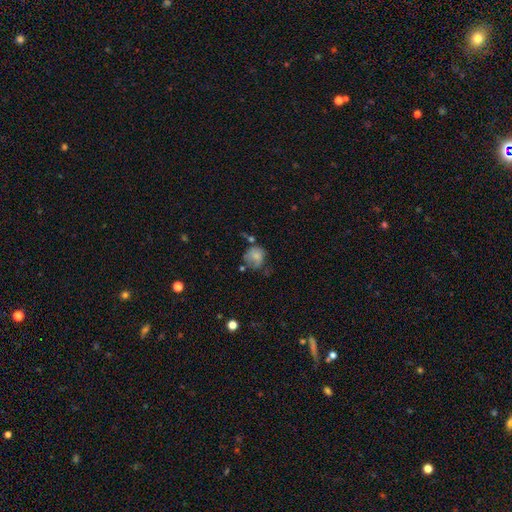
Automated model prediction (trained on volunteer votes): Q: Smooth or featured?
A: smooth (67%); runner-up: featured or disk (22%)
Q: How rounded?
A: round (70%); runner-up: in between (29%)
Q: Merging?
A: none (40%); runner-up: minor disturbance (31%)